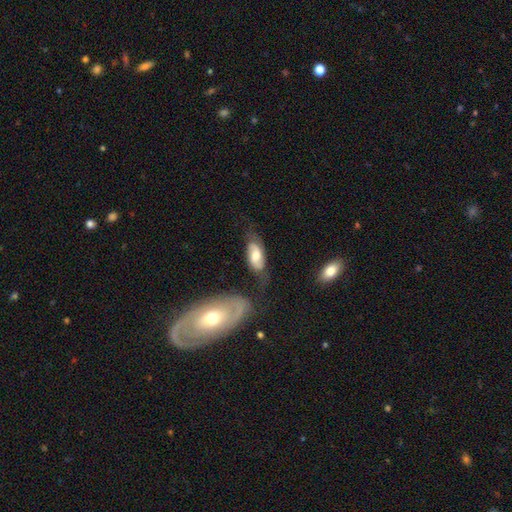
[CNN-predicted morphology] Overall: featured or disk (52%; smooth 41%). Edge-on disk: no (89%). Merging: none (58%; minor disturbance 23%).